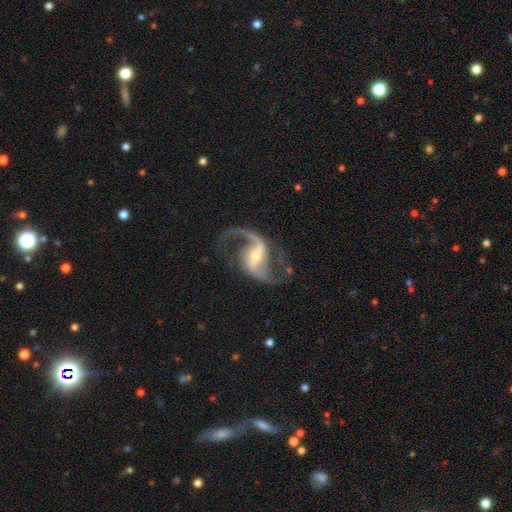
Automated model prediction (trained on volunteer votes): Q: Smooth or featured?
A: featured or disk (92%); runner-up: star or artifact (5%)
Q: Edge-on disk?
A: no (98%); runner-up: yes (2%)
Q: Bar?
A: strong (50%); runner-up: weak (37%)
Q: Spiral arms?
A: yes (98%); runner-up: no (2%)
Q: Spiral winding?
A: loose (59%); runner-up: medium (36%)
Q: Spiral arm count?
A: 2 (92%); runner-up: 1 (3%)
Q: Bulge size?
A: small (50%); runner-up: moderate (42%)
Q: Merging?
A: none (74%); runner-up: minor disturbance (12%)